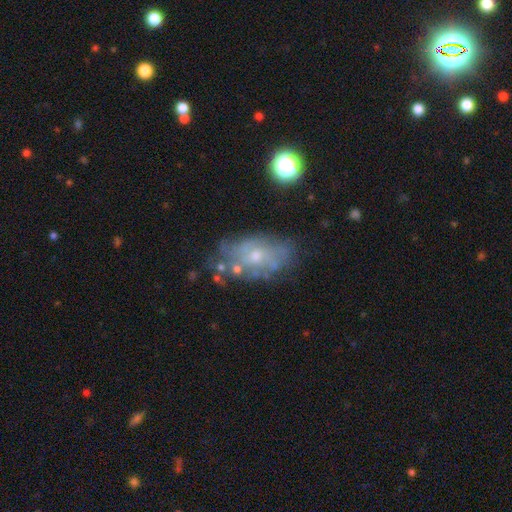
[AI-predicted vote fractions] Morphology: type=featured or disk (66%); edge-on=no (94%); bar=no (79%); spiral arms=yes (64%); bulge=small (61%); merging=none (59%).